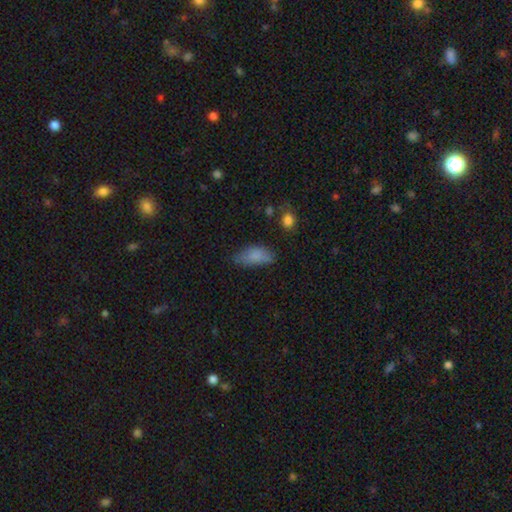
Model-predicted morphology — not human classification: type=smooth (80%); roundness=in between (86%); merging=none (51%).